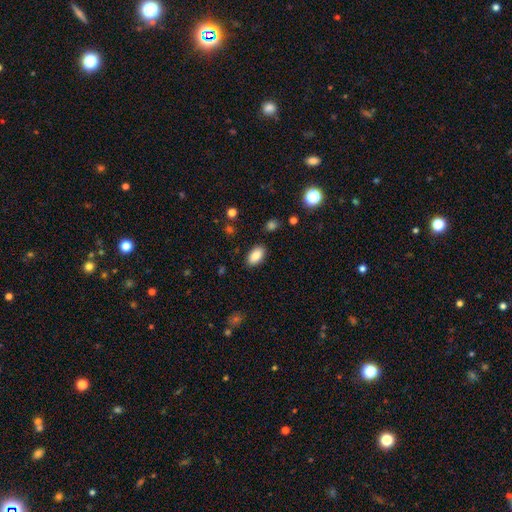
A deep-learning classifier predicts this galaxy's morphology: smooth_or_featured: smooth (p=0.86) [alt: star or artifact p=0.08]
how_rounded: in between (p=0.93) [alt: round p=0.04]
merging: none (p=0.87) [alt: minor disturbance p=0.09]